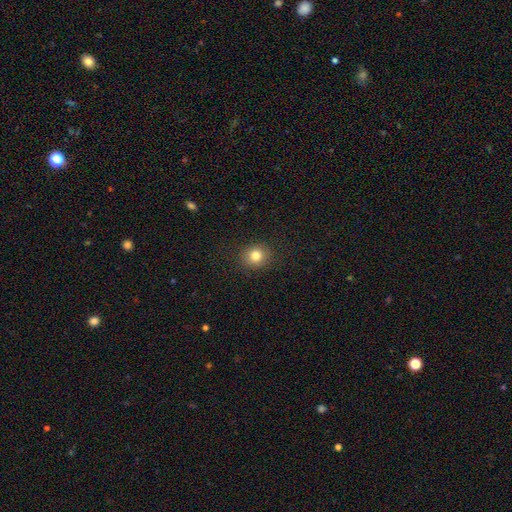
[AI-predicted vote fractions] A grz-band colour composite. It shows a smooth galaxy with no disk features (82%) that is round (80%). Merging: none (89%).